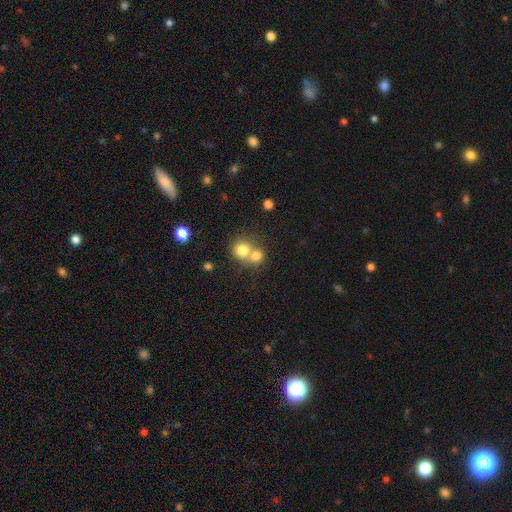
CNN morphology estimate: This appears to be a smooth galaxy with no disk features (77%) that is round (81%). Merging: merger (59%).